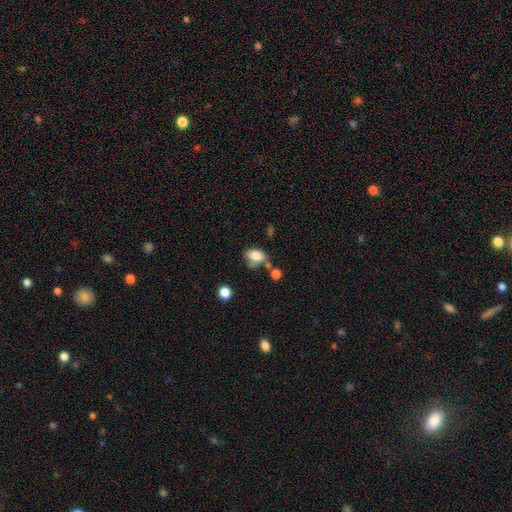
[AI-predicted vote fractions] This is likely a smooth galaxy (80%). How rounded: clearly in between (83%). Merging: marginally none (42%).